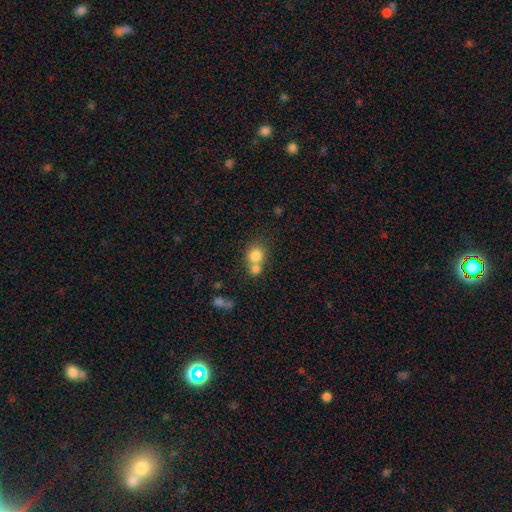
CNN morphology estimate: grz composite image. It shows a smooth galaxy with no disk features (79%) that is round (81%). Merging: merger (51%).